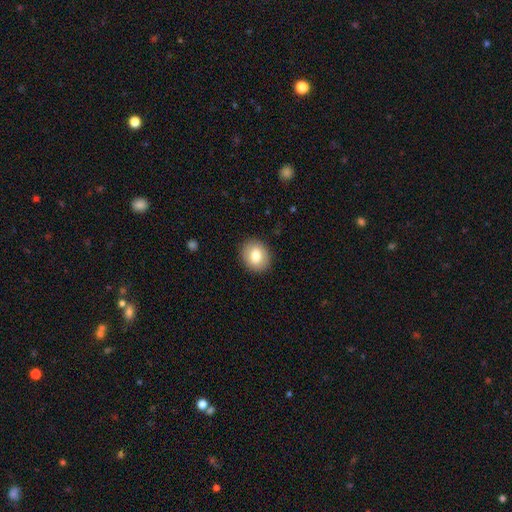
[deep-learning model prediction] smooth-or-featured: smooth: 79% | featured or disk: 13% | star or artifact: 8%
  how-rounded: round: 59% | in between: 40% | cigar-shaped: 1%
  merging: none: 89% | minor disturbance: 8% | major disturbance: 2% | merger: 1%